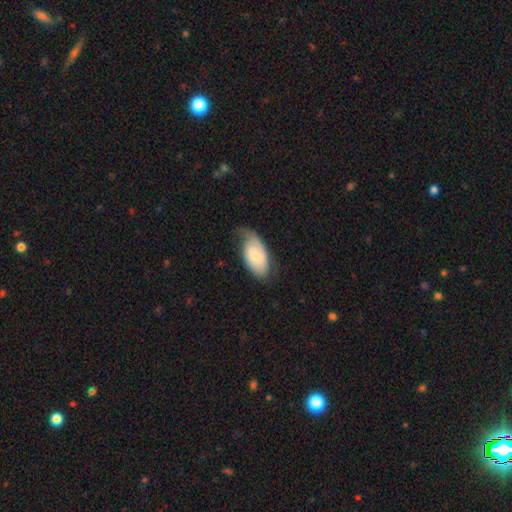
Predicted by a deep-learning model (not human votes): Q: Smooth or featured?
A: smooth (55%); runner-up: featured or disk (39%)
Q: How rounded?
A: in between (94%); runner-up: round (4%)
Q: Merging?
A: none (47%); runner-up: minor disturbance (34%)